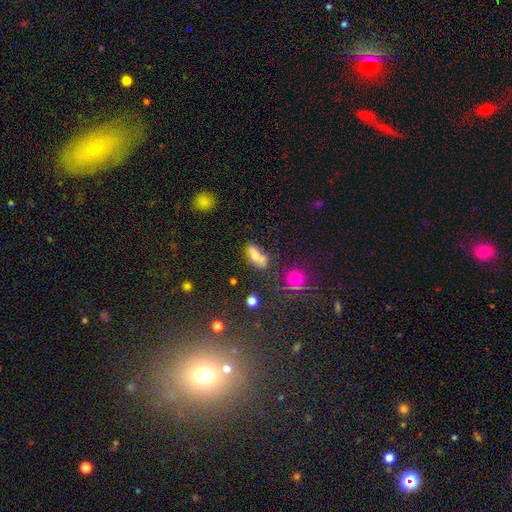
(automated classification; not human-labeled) smooth_or_featured: smooth (p=0.68) [alt: featured or disk p=0.18]
how_rounded: in between (p=0.84) [alt: round p=0.08]
merging: none (p=0.42) [alt: merger p=0.30]